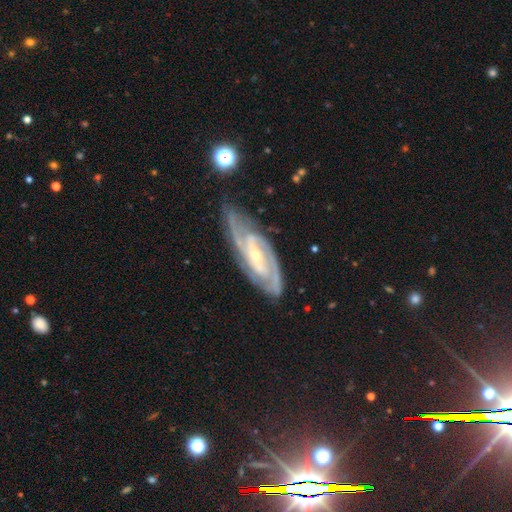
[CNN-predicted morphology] type=featured or disk (90%); edge-on=no (92%); bar=weak (37%); spiral arms=yes (98%); winding=tight (58%); arm count=2 (59%); bulge=small (70%); merging=none (77%).